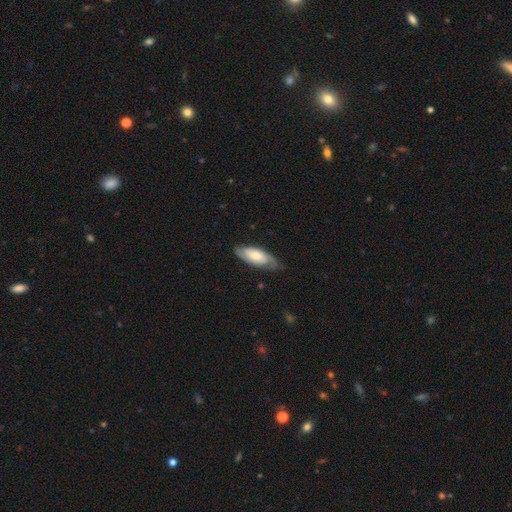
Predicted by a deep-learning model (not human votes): Q: Smooth or featured?
A: smooth (48%); runner-up: featured or disk (46%)
Q: Merging?
A: none (72%); runner-up: minor disturbance (21%)